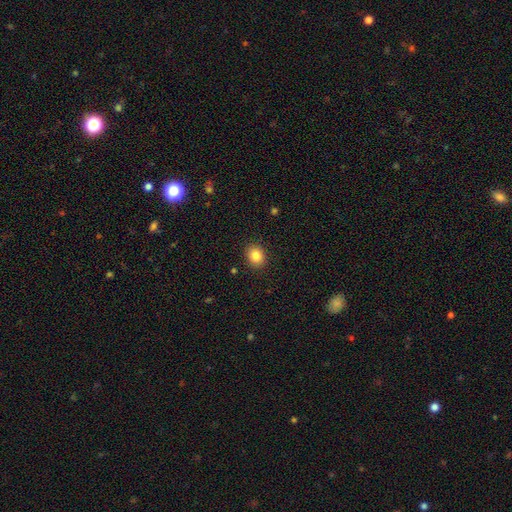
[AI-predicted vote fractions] Smooth or featured? smooth (84%)
How rounded? round (60%)
Merging? none (90%)